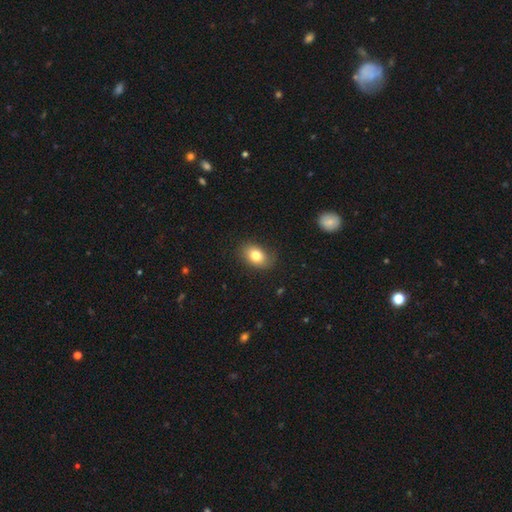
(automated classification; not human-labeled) A smooth galaxy with no disk features (79%) that is in between round and cigar-shaped (75%). Merging: none (81%).